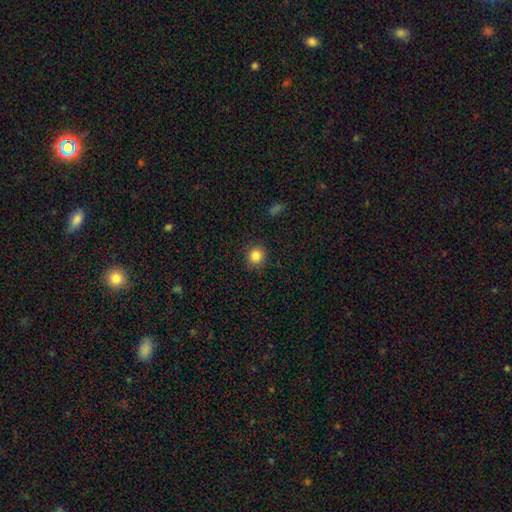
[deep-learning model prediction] Smooth or featured?
  - smooth: 85% *
  - star or artifact: 11%
  - featured or disk: 4%
How rounded?
  - round: 90% *
  - in between: 9%
  - cigar-shaped: 1%
Merging?
  - none: 89% *
  - minor disturbance: 7%
  - major disturbance: 2%
  - merger: 1%